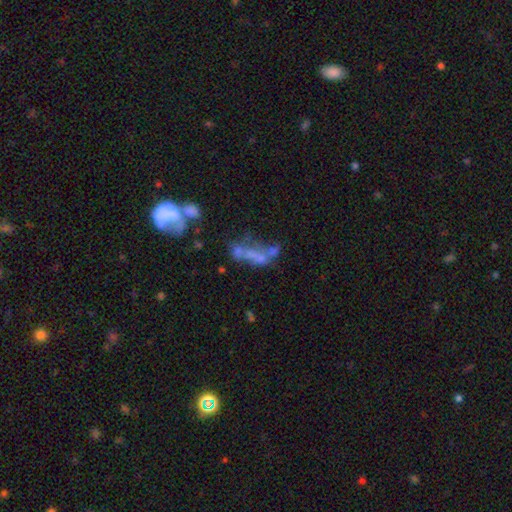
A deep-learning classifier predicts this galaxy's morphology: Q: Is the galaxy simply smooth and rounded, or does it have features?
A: featured or disk — 44%.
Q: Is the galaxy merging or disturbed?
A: merger — 44%.